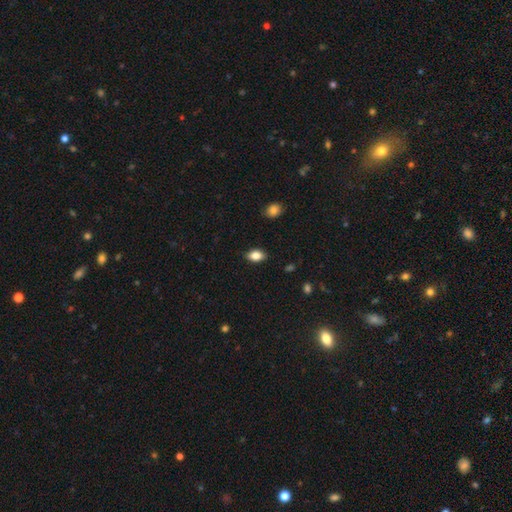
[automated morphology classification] A smooth galaxy with no disk features (83%) that is in between round and cigar-shaped (86%).

Vote fractions:
- Smooth or featured? smooth: 83% / featured or disk: 9% / star or artifact: 8%
- How rounded? in between: 86% / round: 12% / cigar-shaped: 2%
- Merging? none: 86% / minor disturbance: 11% / major disturbance: 2% / merger: 1%